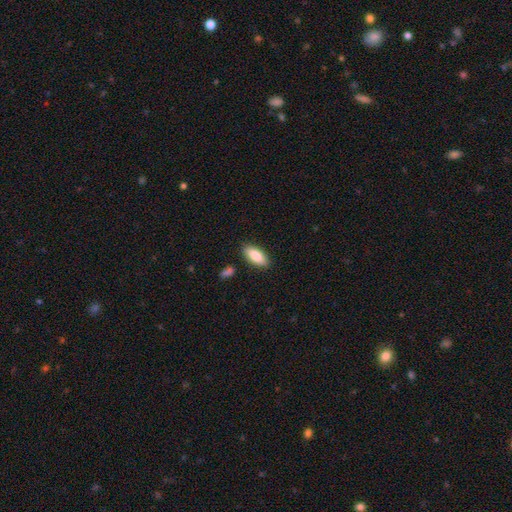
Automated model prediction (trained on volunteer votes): Smooth or featured? Predicted: smooth (p=0.86). How rounded? Predicted: in between (p=0.84). Merging? Predicted: none (p=0.86).